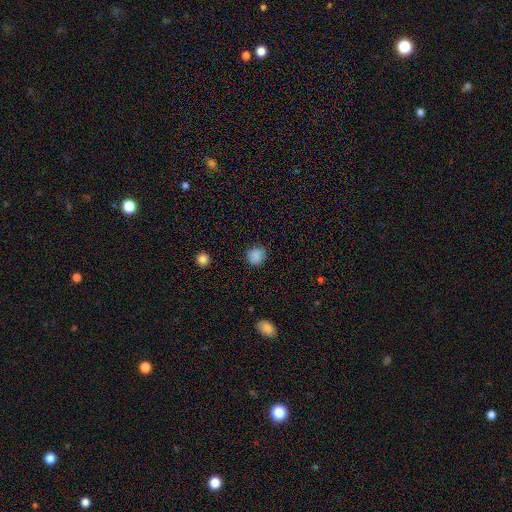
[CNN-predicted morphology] Smooth or featured: smooth — 85% (star or artifact — 11%)
How rounded: round — 85% (in between — 14%)
Merging: none — 82% (minor disturbance — 13%)